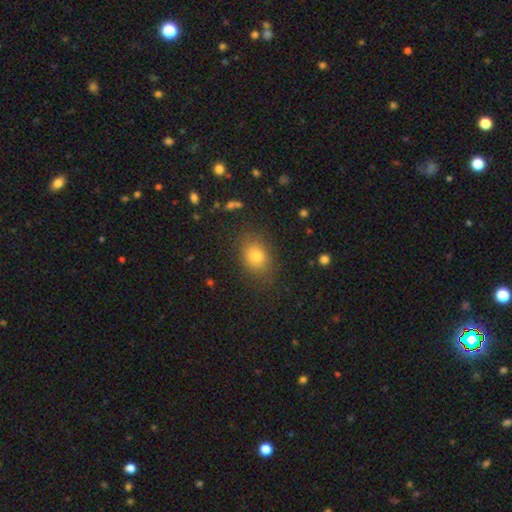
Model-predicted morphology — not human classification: The model was most divided on "how rounded": in between: 67%, round: 32%, cigar-shaped: 1%. More confident: merging — none (80%); smooth or featured — smooth (79%).